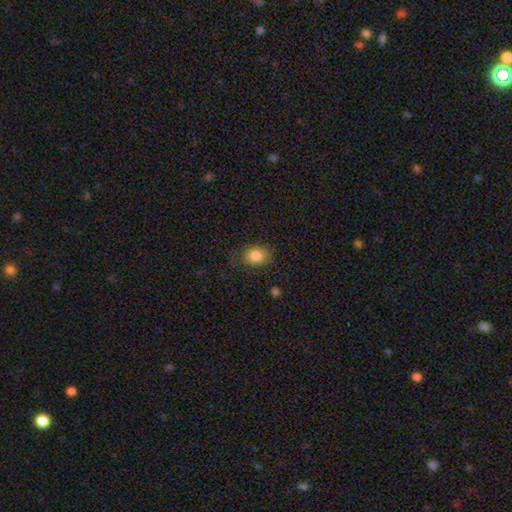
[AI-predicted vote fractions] Overall: smooth (85%). How rounded: in between (55%; round 44%). Merging: none (77%).